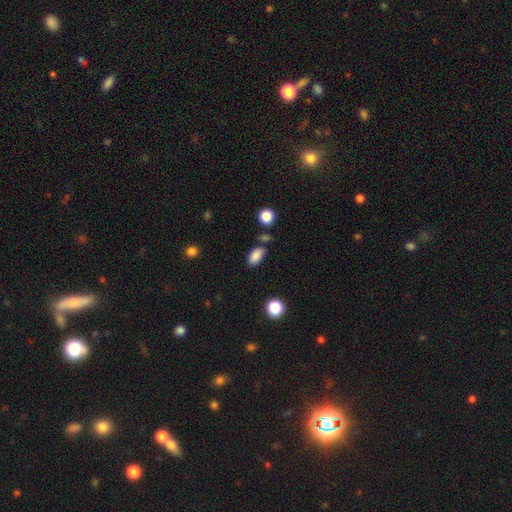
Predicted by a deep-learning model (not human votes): smooth 86%, star or artifact 9%, featured or disk 4%. Down the decision tree: how rounded — in between (91%); merging — none (73%).